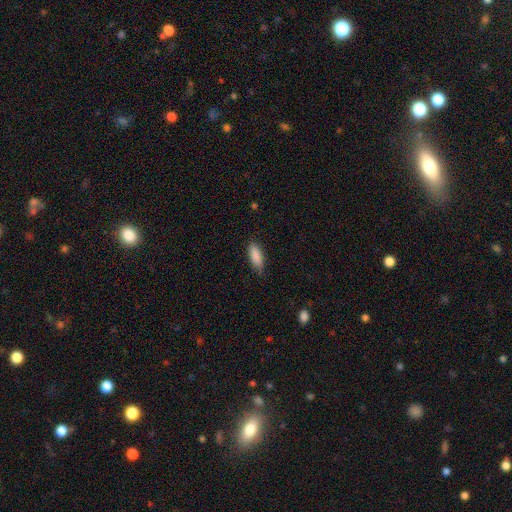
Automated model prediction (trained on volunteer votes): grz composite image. It shows a smooth galaxy with no disk features (88%) that is in between round and cigar-shaped (69%). Merging: none (80%).